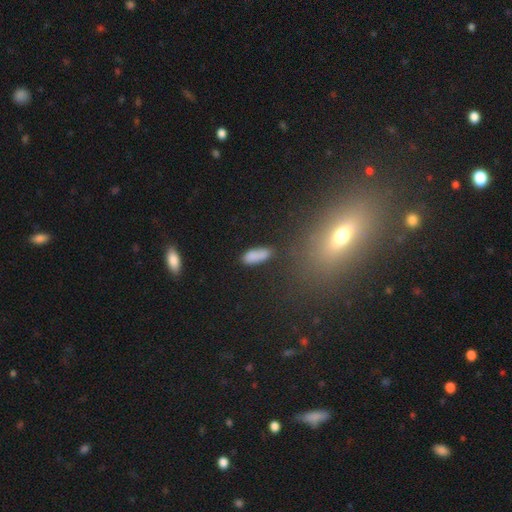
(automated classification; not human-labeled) smooth 84%, star or artifact 9%, featured or disk 7%. Down the decision tree: how rounded — in between (70%); merging — none (72%).